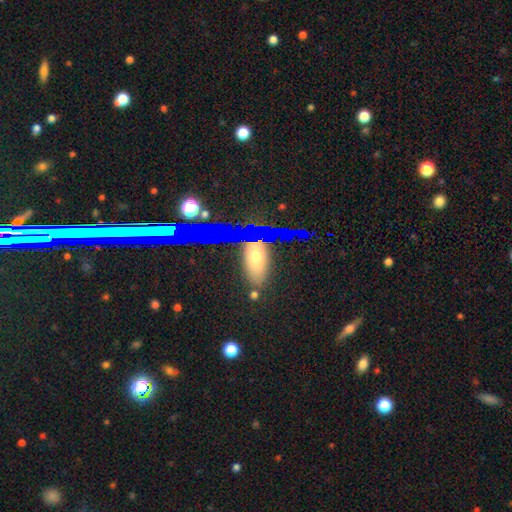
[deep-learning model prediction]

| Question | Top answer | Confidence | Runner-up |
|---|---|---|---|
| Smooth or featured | smooth | 64% | star or artifact (22%) |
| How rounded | in between | 77% | cigar-shaped (13%) |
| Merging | none | 79% | minor disturbance (11%) |